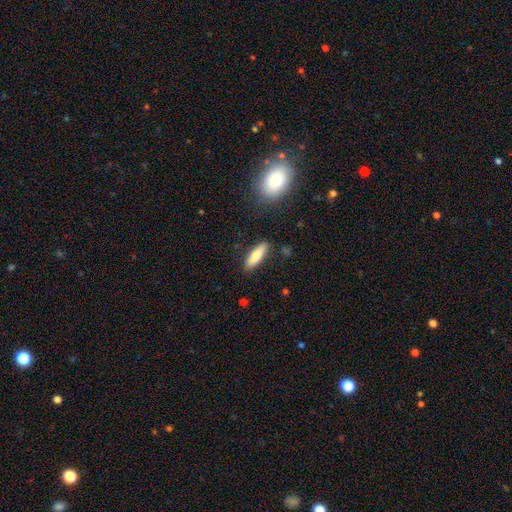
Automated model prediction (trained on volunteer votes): Smooth or featured?
  - smooth: 72% *
  - featured or disk: 21%
  - star or artifact: 6%
How rounded?
  - cigar-shaped: 54% *
  - in between: 44%
  - round: 2%
Merging?
  - none: 85% *
  - minor disturbance: 10%
  - major disturbance: 2%
  - merger: 2%